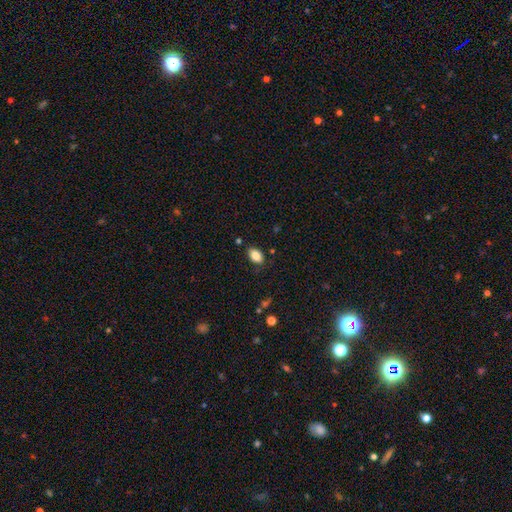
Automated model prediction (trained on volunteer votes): This is clearly a smooth galaxy (85%). How rounded: clearly in between (91%). Merging: clearly none (83%).